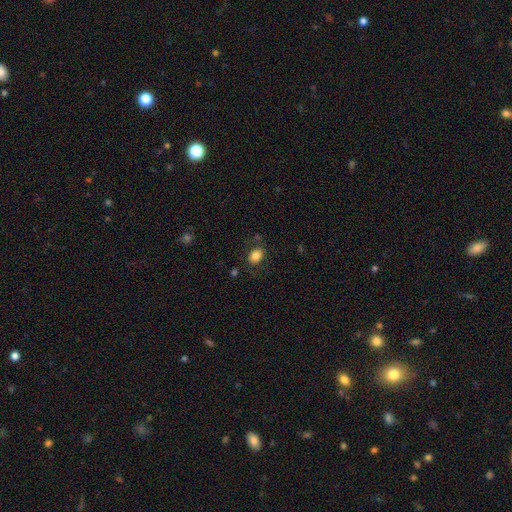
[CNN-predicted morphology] smooth-or-featured: smooth: 83% | star or artifact: 10% | featured or disk: 8%
  how-rounded: in between: 66% | round: 33% | cigar-shaped: 1%
  merging: none: 77% | minor disturbance: 14% | major disturbance: 6% | merger: 3%